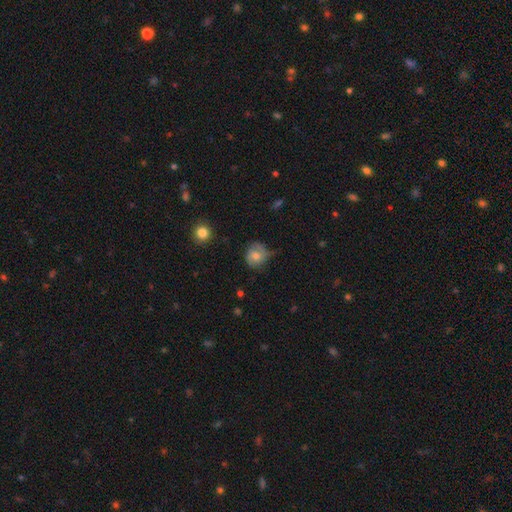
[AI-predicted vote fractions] Smooth or featured?
  - smooth: 62% *
  - featured or disk: 30%
  - star or artifact: 8%
How rounded?
  - round: 78% *
  - in between: 21%
  - cigar-shaped: 1%
Merging?
  - none: 54% *
  - minor disturbance: 33%
  - major disturbance: 11%
  - merger: 2%